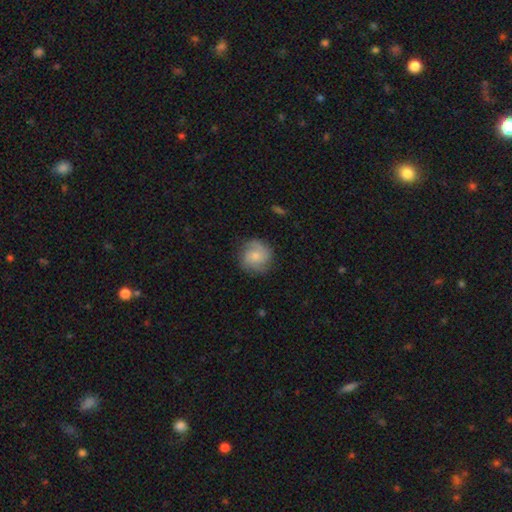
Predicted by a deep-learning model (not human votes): smooth_or_featured: featured or disk (p=0.56) [alt: smooth p=0.37]
disk_edge_on: no (p=0.98) [alt: yes p=0.02]
bar: no (p=0.74) [alt: weak p=0.23]
has_spiral_arms: yes (p=0.92) [alt: no p=0.08]
spiral_winding: tight (p=0.47) [alt: medium p=0.40]
spiral_arm_count: 2 (p=0.39) [alt: can't tell p=0.24]
bulge_size: small (p=0.58) [alt: moderate p=0.34]
merging: none (p=0.80) [alt: minor disturbance p=0.14]